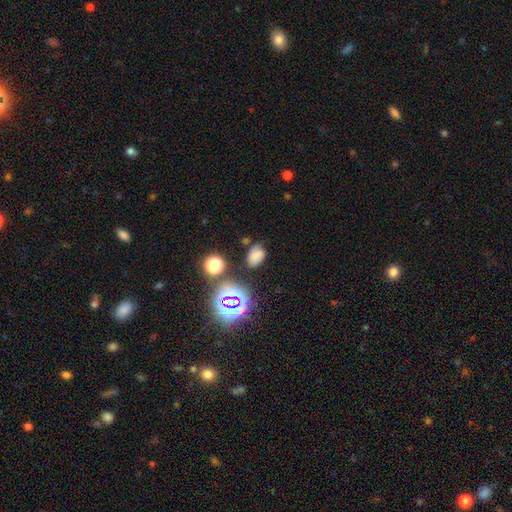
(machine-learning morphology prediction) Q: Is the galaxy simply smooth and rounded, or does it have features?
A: smooth — 69%.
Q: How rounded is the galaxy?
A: in between — 78%.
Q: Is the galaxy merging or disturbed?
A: none — 70%.